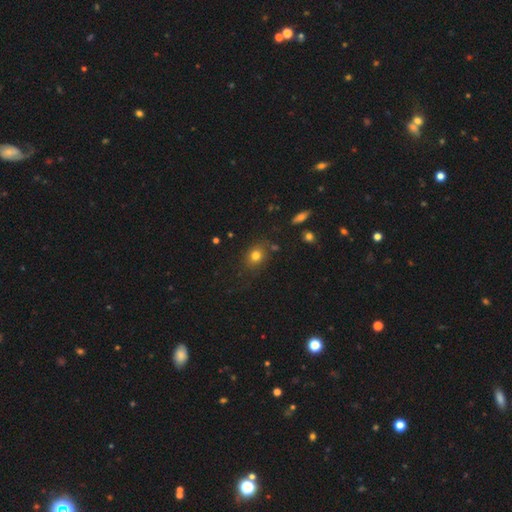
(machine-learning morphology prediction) This is likely a smooth galaxy (77%). How rounded: possibly round (59%). Merging: likely none (79%).